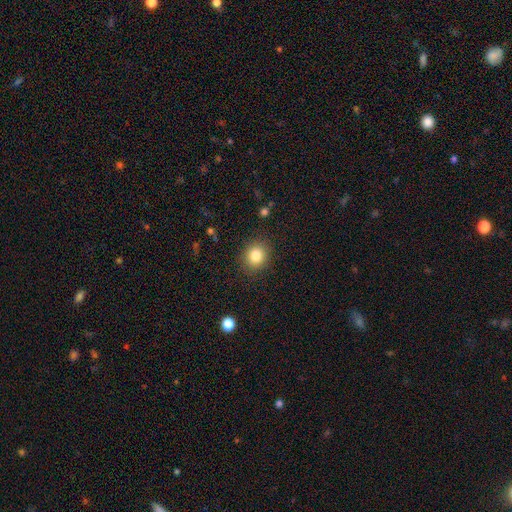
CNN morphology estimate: smooth_or_featured: smooth (p=0.83) [alt: star or artifact p=0.11]
how_rounded: round (p=0.76) [alt: in between p=0.23]
merging: none (p=0.88) [alt: minor disturbance p=0.08]